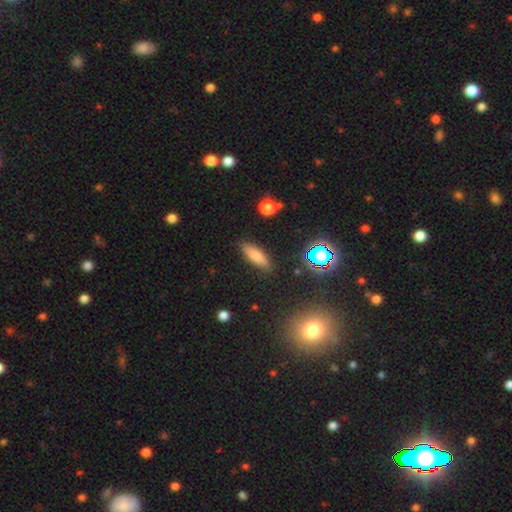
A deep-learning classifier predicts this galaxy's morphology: Q: Smooth or featured?
A: smooth (72%); runner-up: featured or disk (17%)
Q: How rounded?
A: in between (50%); runner-up: cigar-shaped (47%)
Q: Merging?
A: none (86%); runner-up: minor disturbance (10%)